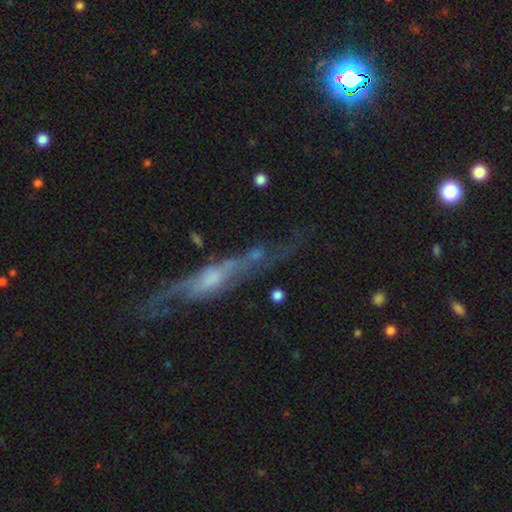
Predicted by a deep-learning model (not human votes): featured or disk 64%, smooth 24%, star or artifact 12%. Down the decision tree: edge-on disk — yes (51%); merging — none (48%).